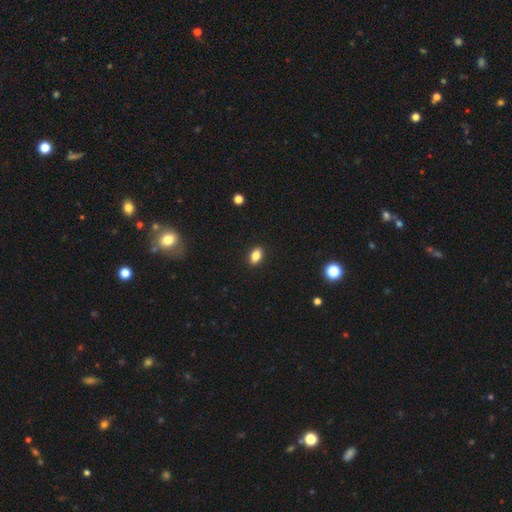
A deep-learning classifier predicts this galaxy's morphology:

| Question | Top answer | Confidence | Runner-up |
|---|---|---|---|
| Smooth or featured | smooth | 83% | star or artifact (10%) |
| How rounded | in between | 85% | round (12%) |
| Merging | none | 90% | minor disturbance (8%) |